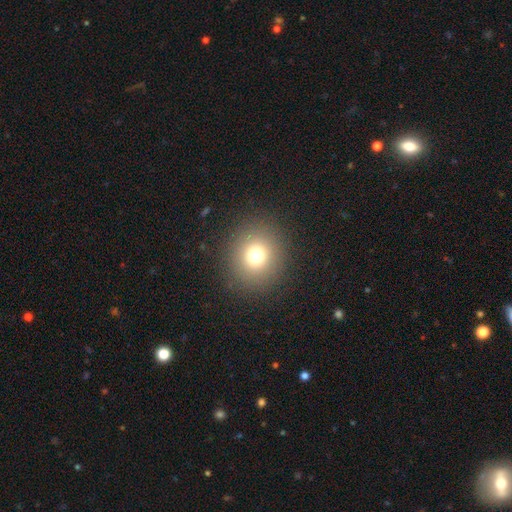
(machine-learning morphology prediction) Q: Smooth or featured?
A: smooth (75%); runner-up: star or artifact (16%)
Q: How rounded?
A: round (88%); runner-up: in between (11%)
Q: Merging?
A: none (90%); runner-up: minor disturbance (6%)